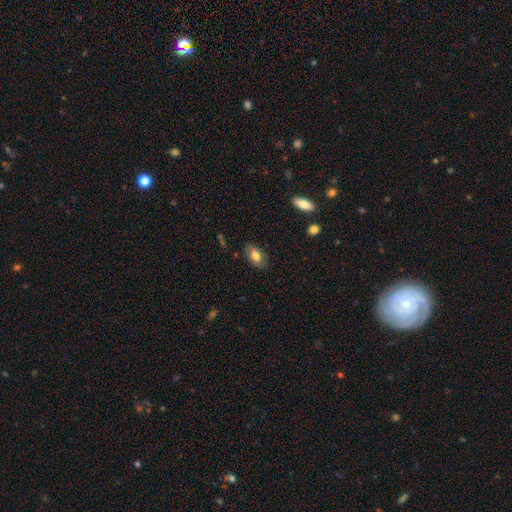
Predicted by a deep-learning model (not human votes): This is likely a smooth galaxy (70%). How rounded: clearly in between (90%). Merging: likely none (77%).